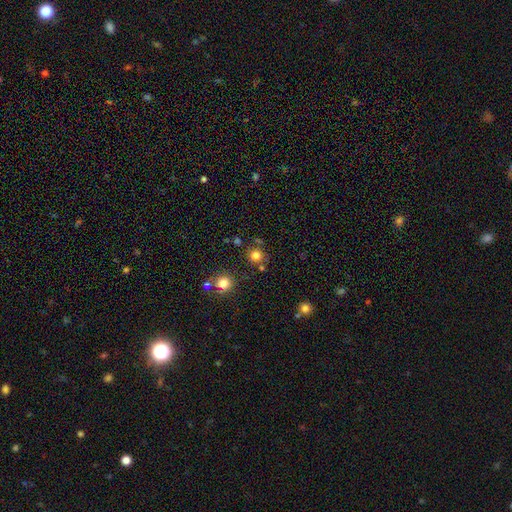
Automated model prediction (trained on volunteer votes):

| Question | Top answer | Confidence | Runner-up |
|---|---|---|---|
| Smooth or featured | smooth | 78% | star or artifact (16%) |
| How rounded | round | 92% | in between (7%) |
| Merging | none | 80% | merger (9%) |